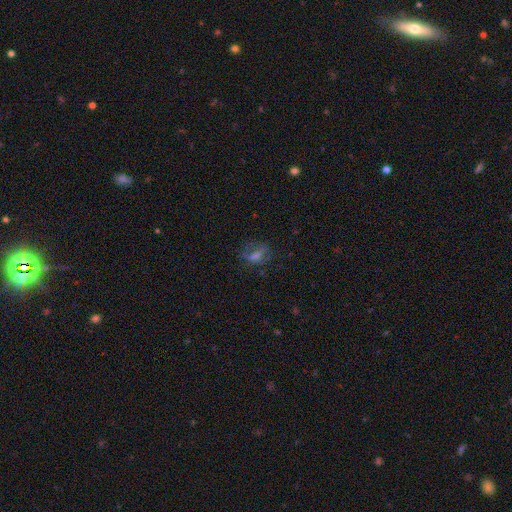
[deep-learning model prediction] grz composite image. It shows a smooth galaxy with no disk features (41%). Merging: none (55%).